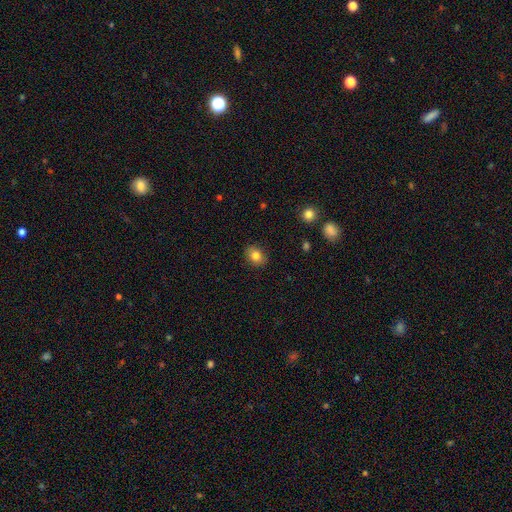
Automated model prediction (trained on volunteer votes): This appears to be a smooth galaxy with no disk features (81%) that is round (54%). Merging: none (88%).